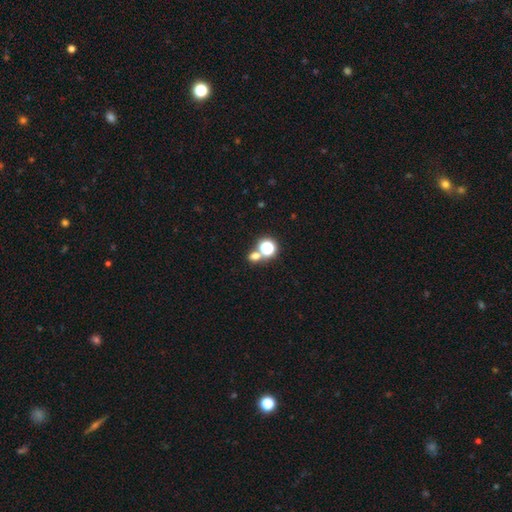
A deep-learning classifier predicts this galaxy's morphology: Smooth or featured? Predicted: smooth (p=0.60). How rounded? Predicted: round (p=0.70). Merging? Predicted: none (p=0.59).